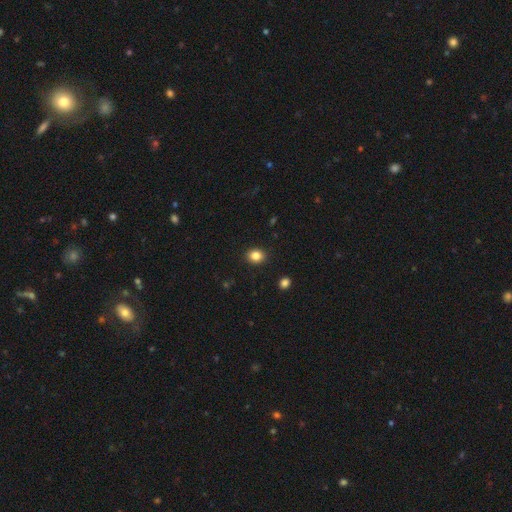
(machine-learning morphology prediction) smooth_or_featured: smooth (p=0.85) [alt: star or artifact p=0.10]
how_rounded: round (p=0.52) [alt: in between p=0.47]
merging: none (p=0.91) [alt: minor disturbance p=0.07]